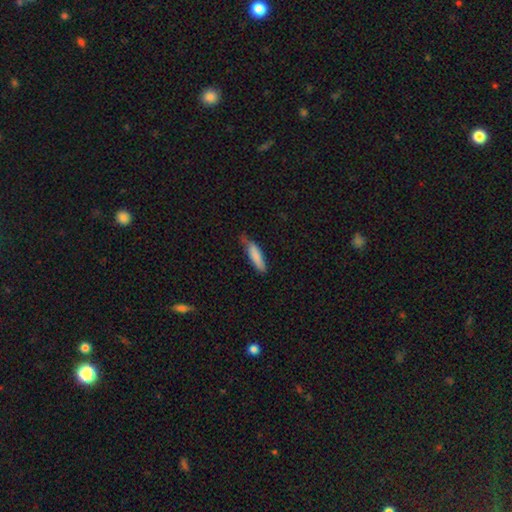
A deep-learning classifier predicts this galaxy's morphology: The model was most divided on "merging": none: 54%, minor disturbance: 37%, major disturbance: 7%, merger: 2%. More confident: smooth or featured — smooth (83%); how rounded — cigar-shaped (67%).